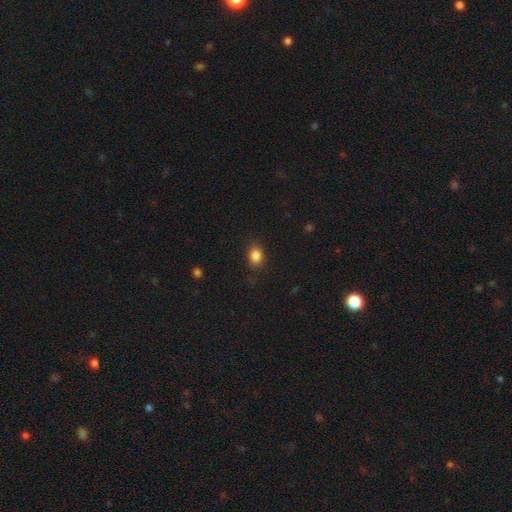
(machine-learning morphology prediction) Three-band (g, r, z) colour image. It shows a smooth galaxy with no disk features (85%) that is in between round and cigar-shaped (55%). Merging: none (83%).